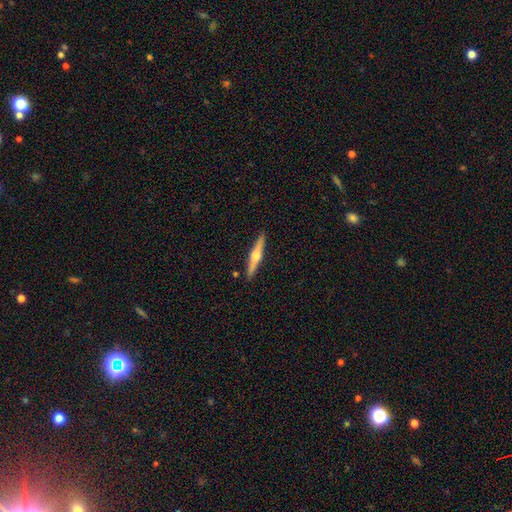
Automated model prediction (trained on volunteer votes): Overall: featured or disk (67%; smooth 28%). Edge-on disk: yes (98%). Edge-on bulge: rounded (92%). Merging: none (90%).